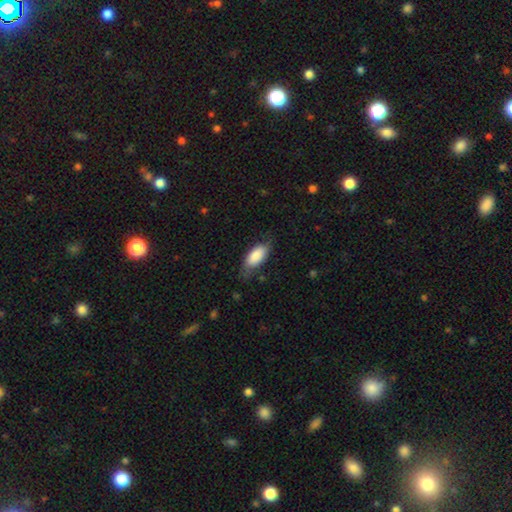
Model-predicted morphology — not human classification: smooth 83%, featured or disk 11%, star or artifact 6%. Down the decision tree: how rounded — in between (89%); merging — none (63%).